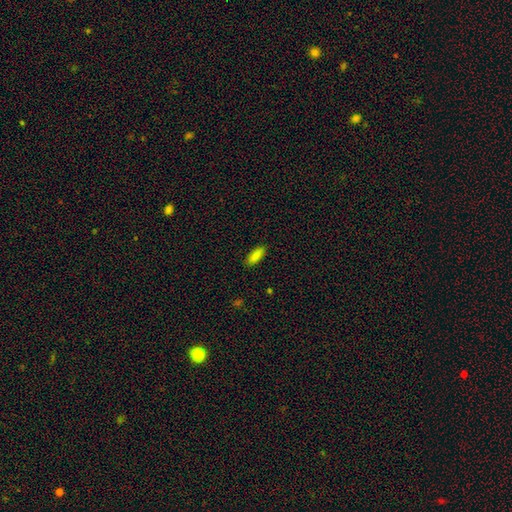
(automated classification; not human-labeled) Smooth or featured: smooth — 88% (star or artifact — 8%)
How rounded: in between — 75% (cigar-shaped — 23%)
Merging: none — 88% (minor disturbance — 9%)